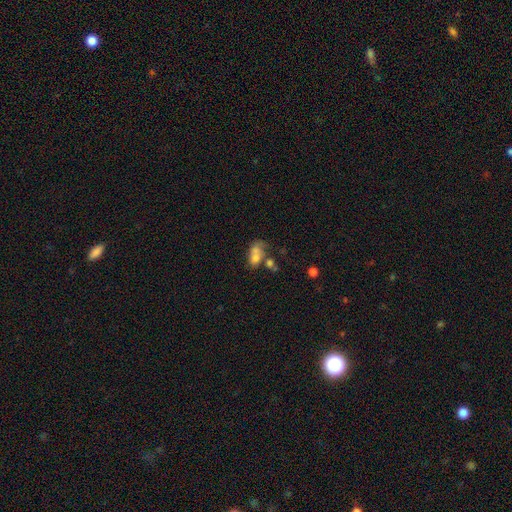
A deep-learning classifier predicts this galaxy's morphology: Smooth or featured?
  - smooth: 64% *
  - featured or disk: 24%
  - star or artifact: 12%
How rounded?
  - in between: 77% *
  - round: 20%
  - cigar-shaped: 3%
Merging?
  - merger: 51% *
  - none: 22%
  - major disturbance: 14%
  - minor disturbance: 13%